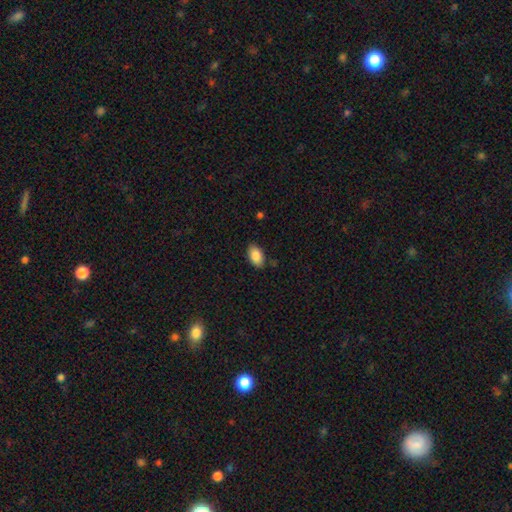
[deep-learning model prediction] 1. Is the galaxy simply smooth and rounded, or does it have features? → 87% smooth, 7% star or artifact, 6% featured or disk.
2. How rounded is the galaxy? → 93% in between, 6% round, 2% cigar-shaped.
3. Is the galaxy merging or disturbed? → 84% none, 12% minor disturbance, 2% major disturbance, 1% merger.